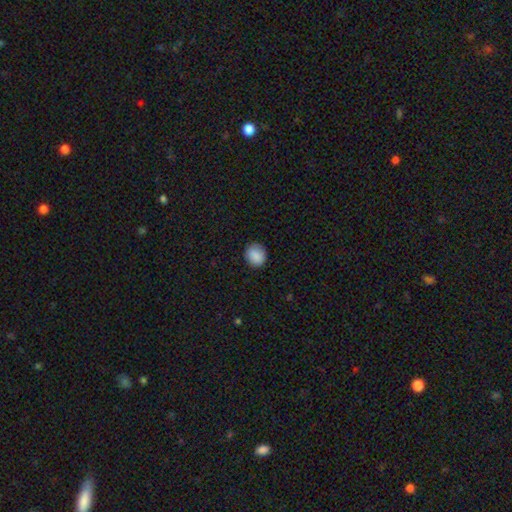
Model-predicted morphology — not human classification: type=smooth (89%); roundness=round (68%); merging=none (87%).